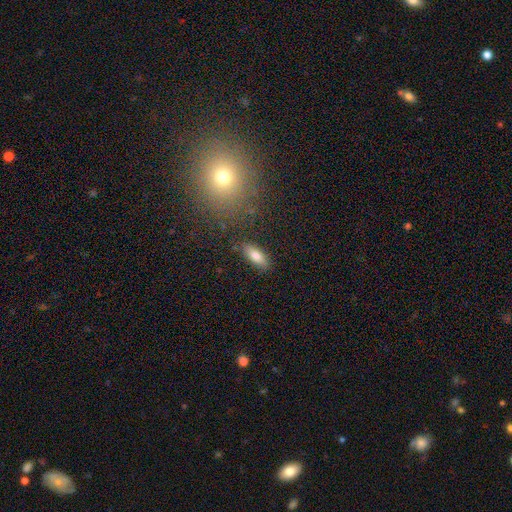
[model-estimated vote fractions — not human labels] Morphology: type=smooth (81%); roundness=in between (71%); merging=none (84%).